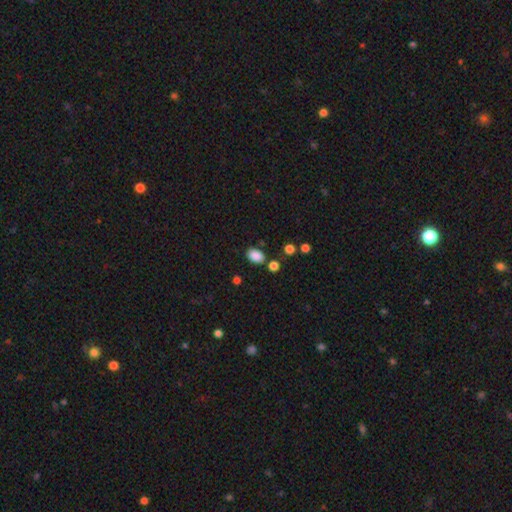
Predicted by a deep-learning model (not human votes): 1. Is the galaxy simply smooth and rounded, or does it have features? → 86% smooth, 10% star or artifact, 4% featured or disk.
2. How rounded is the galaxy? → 83% in between, 16% round, 1% cigar-shaped.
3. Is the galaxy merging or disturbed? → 77% none, 13% minor disturbance, 6% merger, 3% major disturbance.